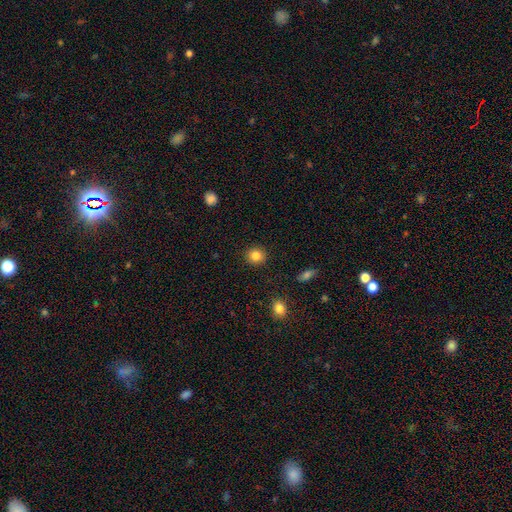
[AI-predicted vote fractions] Smooth or featured? Predicted: smooth (p=0.84). How rounded? Predicted: round (p=0.87). Merging? Predicted: none (p=0.91).